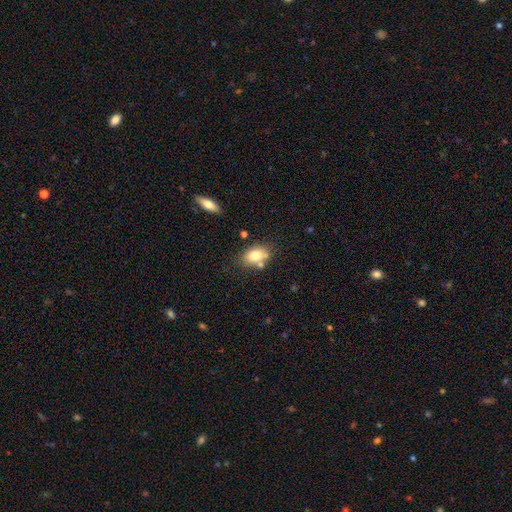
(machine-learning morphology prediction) smooth-or-featured: smooth: 77% | featured or disk: 14% | star or artifact: 9%
  how-rounded: in between: 83% | round: 15% | cigar-shaped: 2%
  merging: none: 63% | merger: 17% | minor disturbance: 16% | major disturbance: 4%